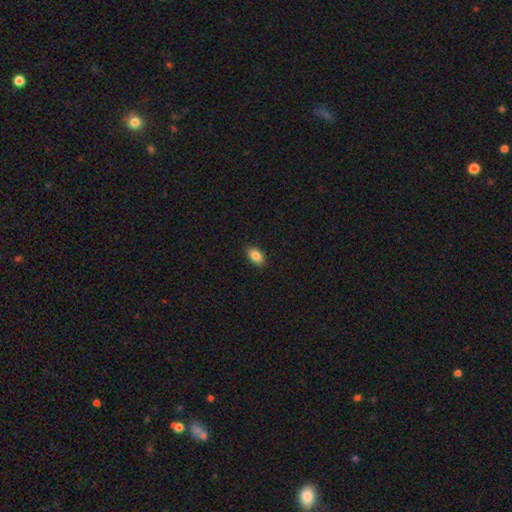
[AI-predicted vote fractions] smooth_or_featured: smooth (p=0.86) [alt: star or artifact p=0.08]
how_rounded: in between (p=0.91) [alt: round p=0.05]
merging: none (p=0.89) [alt: minor disturbance p=0.09]